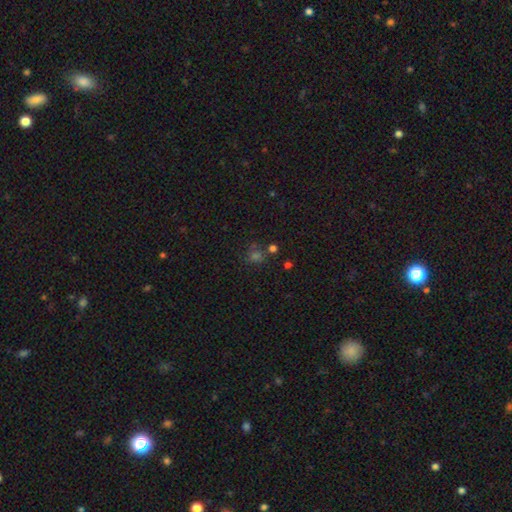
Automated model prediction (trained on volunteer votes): A smooth galaxy with no disk features (50%).

Vote fractions:
- Smooth or featured? smooth: 50% / star or artifact: 40% / featured or disk: 10%
- Merging? none: 68% / merger: 16% / minor disturbance: 11% / major disturbance: 5%